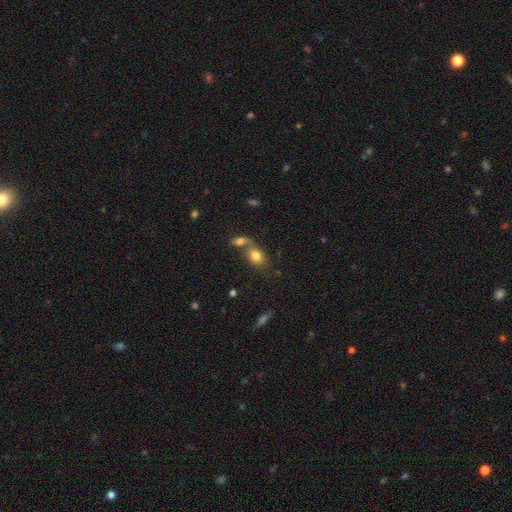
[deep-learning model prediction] Q: Smooth or featured?
A: smooth (79%); runner-up: featured or disk (12%)
Q: How rounded?
A: in between (69%); runner-up: round (28%)
Q: Merging?
A: merger (53%); runner-up: none (33%)